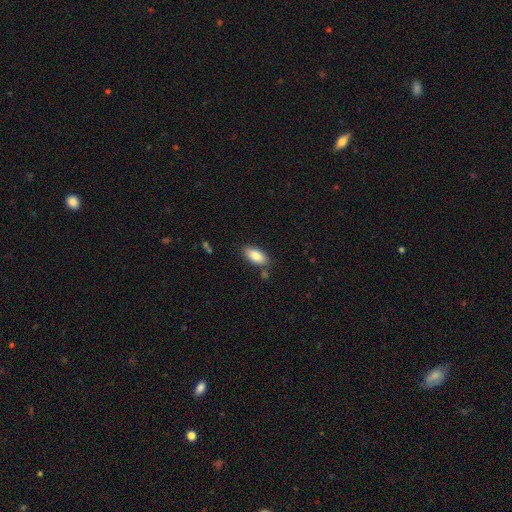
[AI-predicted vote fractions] smooth_or_featured: smooth (p=0.84) [alt: featured or disk p=0.09]
how_rounded: in between (p=0.90) [alt: cigar-shaped p=0.08]
merging: none (p=0.82) [alt: minor disturbance p=0.12]